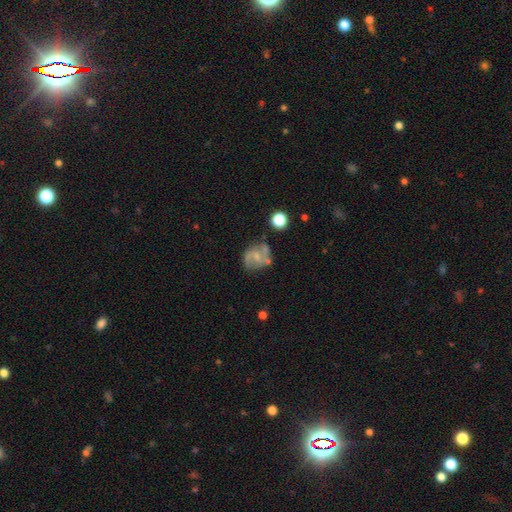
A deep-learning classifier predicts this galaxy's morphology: Smooth or featured? Predicted: featured or disk (p=0.66). Edge-on disk? Predicted: no (p=0.98). Bar? Predicted: no (p=0.52). Spiral arms? Predicted: yes (p=0.85). Spiral winding? Predicted: medium (p=0.46). Spiral arm count? Predicted: 2 (p=0.83). Bulge size? Predicted: small (p=0.55). Merging? Predicted: none (p=0.57).